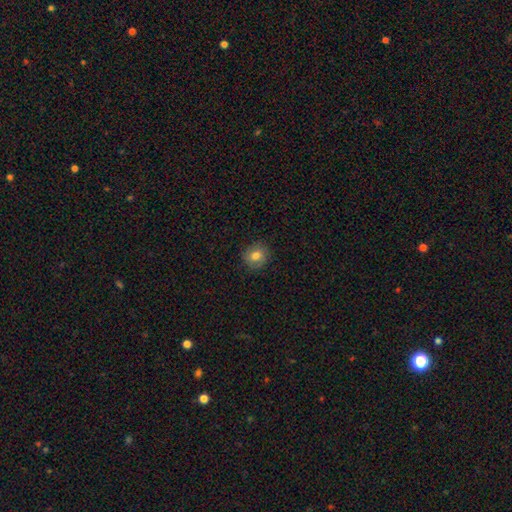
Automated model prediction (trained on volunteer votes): This appears to be a smooth galaxy with no disk features (79%) that is round (82%). Merging: none (87%).